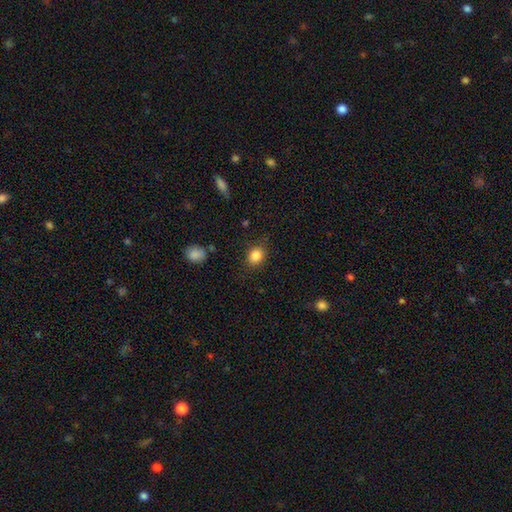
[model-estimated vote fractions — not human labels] Smooth or featured? Predicted: smooth (p=0.85). How rounded? Predicted: round (p=0.53). Merging? Predicted: none (p=0.82).